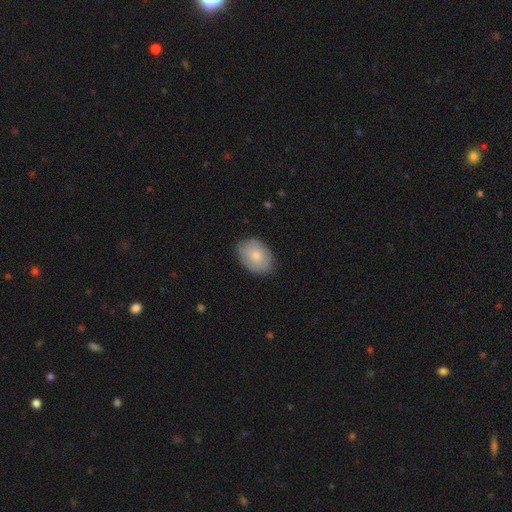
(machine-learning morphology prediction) A smooth galaxy with no disk features (76%) that is in between round and cigar-shaped (78%). Merging: none (81%).